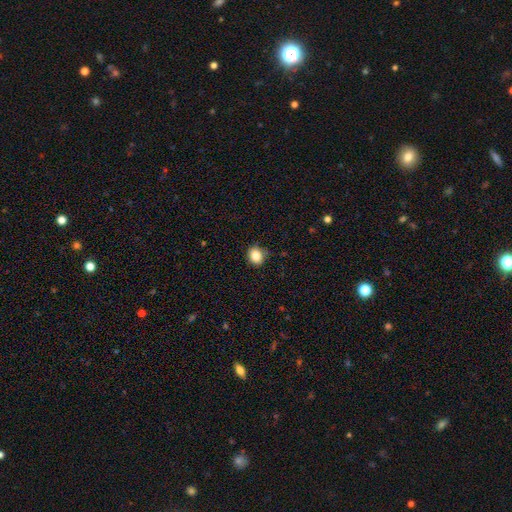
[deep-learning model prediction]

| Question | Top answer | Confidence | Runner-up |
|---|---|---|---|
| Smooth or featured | smooth | 84% | star or artifact (10%) |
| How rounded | round | 66% | in between (33%) |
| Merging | none | 81% | minor disturbance (14%) |